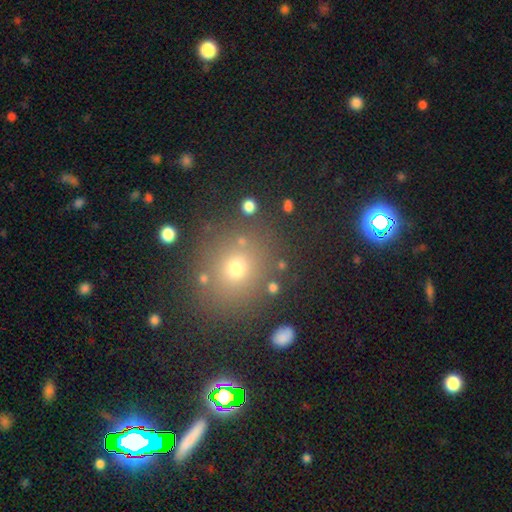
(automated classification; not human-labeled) smooth 51%, star or artifact 37%, featured or disk 11%. Down the decision tree: how rounded — round (82%); merging — none (85%).